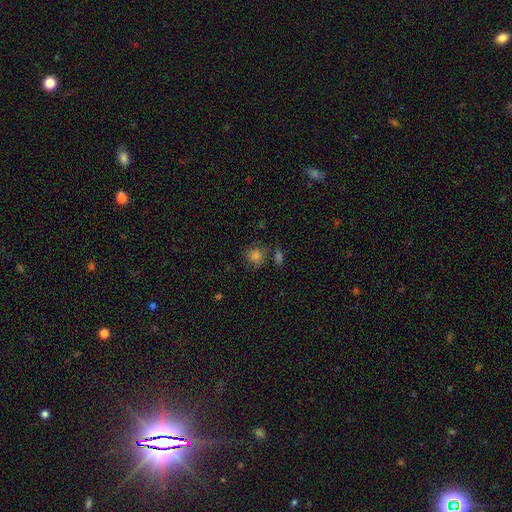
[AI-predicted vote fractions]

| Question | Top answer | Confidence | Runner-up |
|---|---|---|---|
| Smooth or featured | smooth | 75% | star or artifact (17%) |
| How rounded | round | 78% | in between (21%) |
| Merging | none | 64% | minor disturbance (16%) |